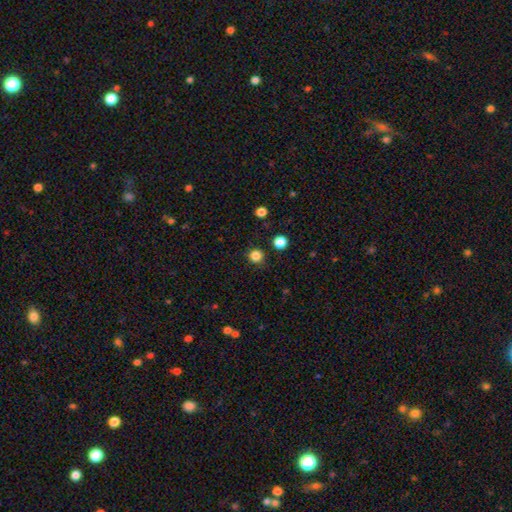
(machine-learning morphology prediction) Smooth or featured? smooth (83%)
How rounded? round (94%)
Merging? none (90%)